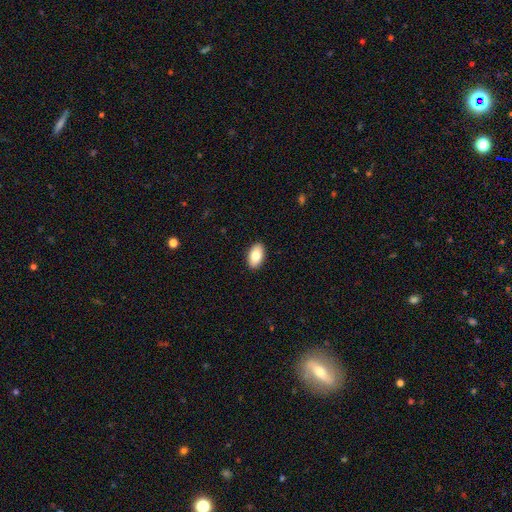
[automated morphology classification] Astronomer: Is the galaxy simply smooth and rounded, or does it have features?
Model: smooth — 82%.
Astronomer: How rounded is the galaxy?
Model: in between — 94%.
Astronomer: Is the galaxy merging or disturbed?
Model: none — 91%.